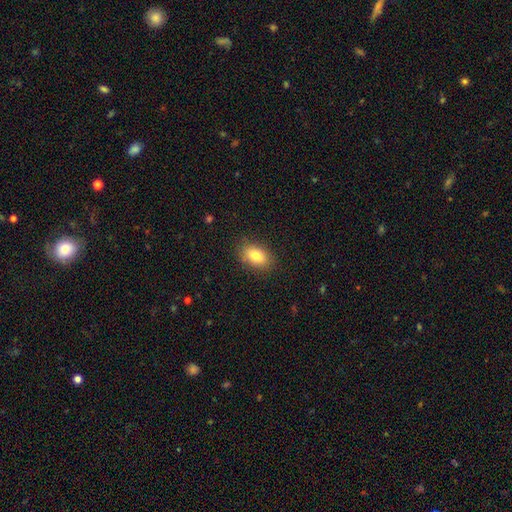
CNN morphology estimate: smooth 83%, featured or disk 9%, star or artifact 8%. Down the decision tree: how rounded — in between (88%); merging — none (86%).